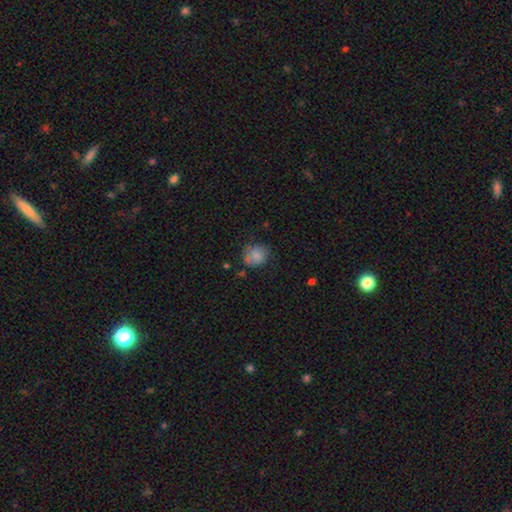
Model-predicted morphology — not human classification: Smooth or featured?
  - smooth: 73% *
  - featured or disk: 17%
  - star or artifact: 10%
How rounded?
  - round: 66% *
  - in between: 33%
  - cigar-shaped: 1%
Merging?
  - none: 59% *
  - minor disturbance: 27%
  - major disturbance: 10%
  - merger: 4%